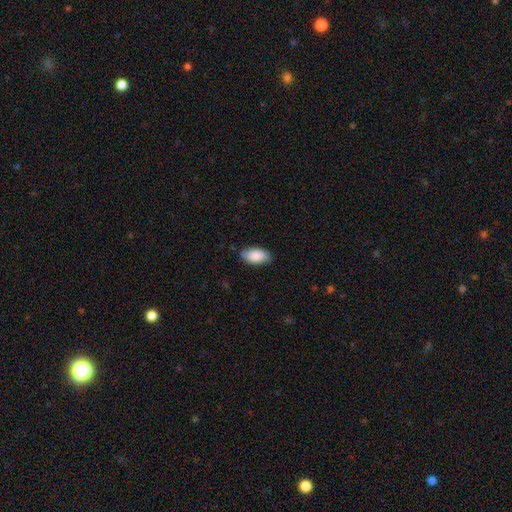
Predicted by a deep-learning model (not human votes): This is clearly a smooth galaxy (87%). How rounded: clearly in between (94%). Merging: clearly none (83%).